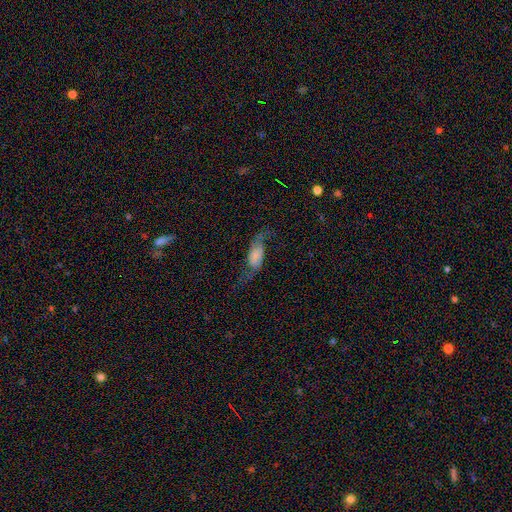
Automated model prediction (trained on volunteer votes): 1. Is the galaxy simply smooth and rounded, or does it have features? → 61% featured or disk, 30% smooth, 9% star or artifact.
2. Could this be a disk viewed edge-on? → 90% no, 10% yes.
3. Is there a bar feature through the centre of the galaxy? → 56% no, 30% weak, 14% strong.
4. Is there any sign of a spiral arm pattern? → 87% yes, 13% no.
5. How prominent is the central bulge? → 43% small, 21% moderate, 21% none, 10% large, 5% dominant.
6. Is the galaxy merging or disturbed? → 52% none, 25% major disturbance, 20% minor disturbance, 3% merger.